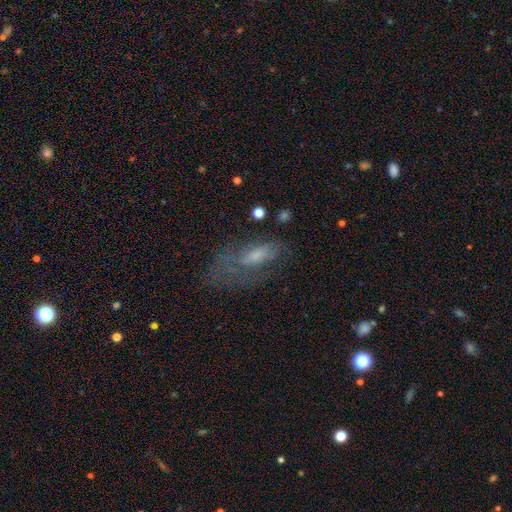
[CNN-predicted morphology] A featured or disk galaxy (47%).

Vote fractions:
- Smooth or featured? featured or disk: 47% / smooth: 42% / star or artifact: 12%
- Merging? none: 40% / major disturbance: 34% / minor disturbance: 23% / merger: 3%